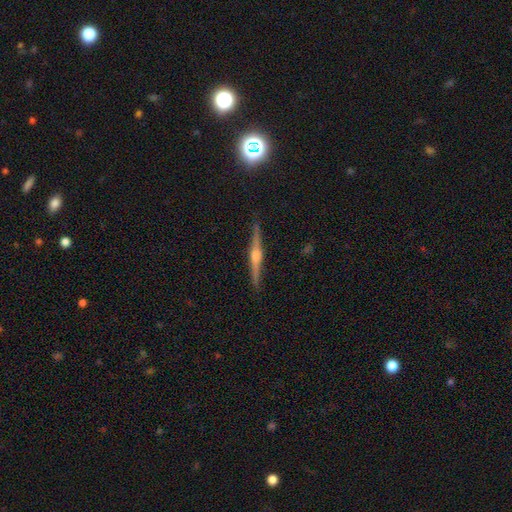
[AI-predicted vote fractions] Morphology: type=featured or disk (83%); edge-on=yes (98%); edge-on bulge=rounded (89%); merging=none (91%).